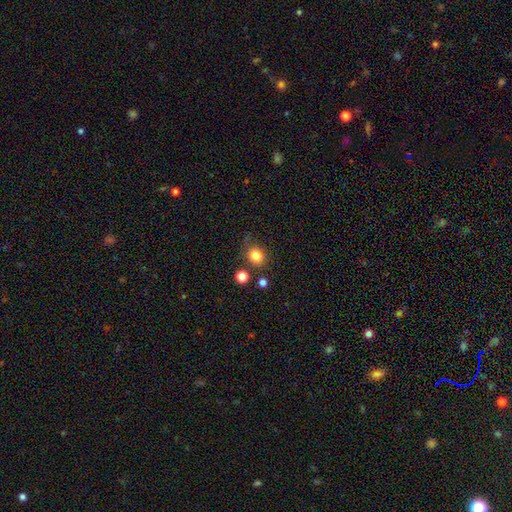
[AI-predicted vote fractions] smooth_or_featured: smooth (p=0.81) [alt: star or artifact p=0.12]
how_rounded: round (p=0.77) [alt: in between p=0.23]
merging: none (p=0.72) [alt: minor disturbance p=0.15]